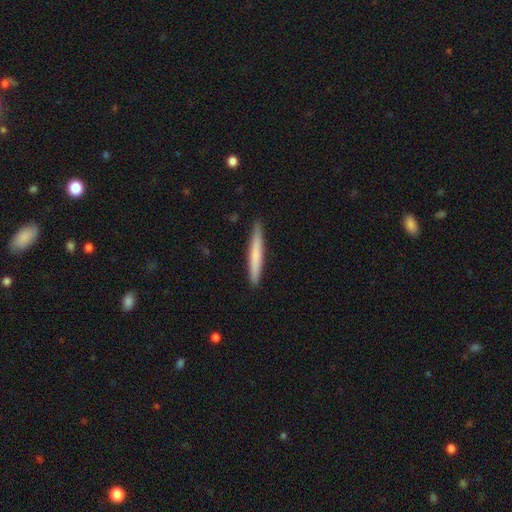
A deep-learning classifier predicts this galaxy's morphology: Overall: smooth (69%). How rounded: cigar-shaped (96%). Merging: none (90%).